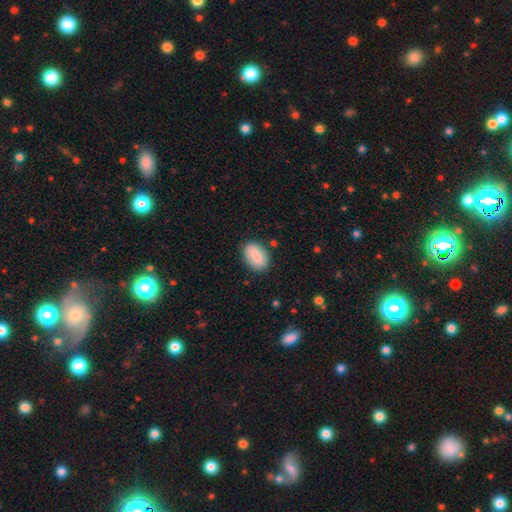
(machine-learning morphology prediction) This is clearly a smooth galaxy (84%). How rounded: clearly in between (87%). Merging: clearly none (83%).